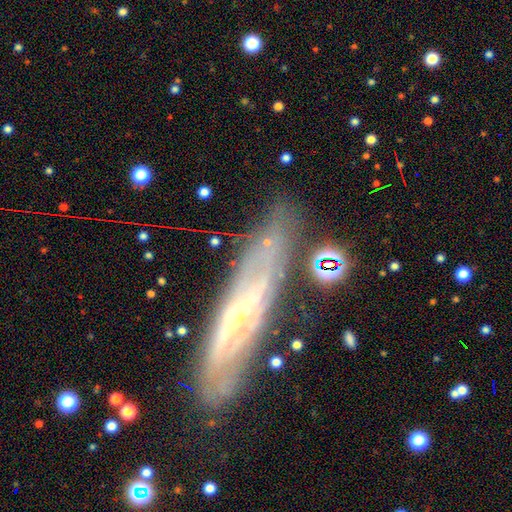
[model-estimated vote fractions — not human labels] Overall: featured or disk (76%). Edge-on disk: no (51%; yes 49%). Merging: none (76%).